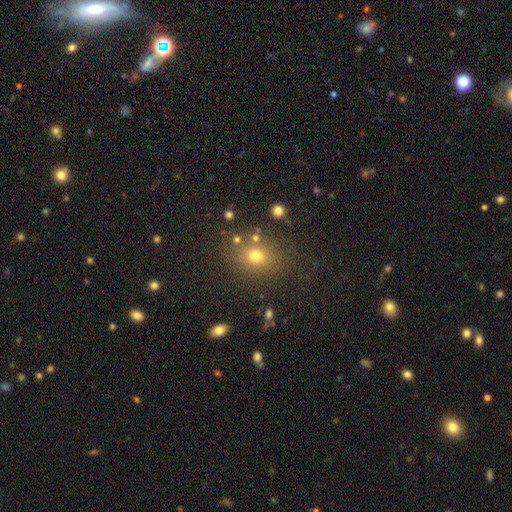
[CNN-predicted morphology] Smooth or featured? Predicted: smooth (p=0.69). How rounded? Predicted: round (p=0.62). Merging? Predicted: none (p=0.78).